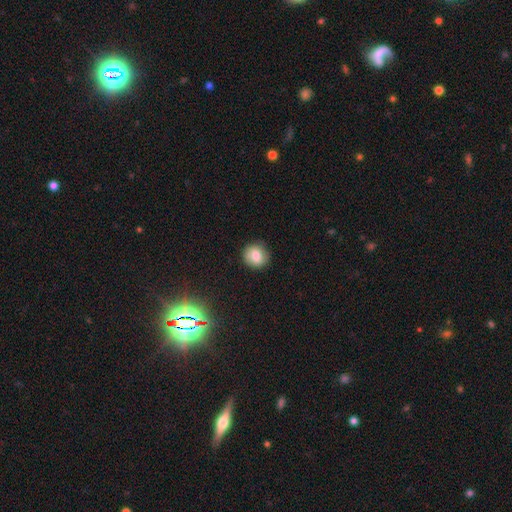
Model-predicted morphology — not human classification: smooth_or_featured: smooth (p=0.75) [alt: featured or disk p=0.15]
how_rounded: round (p=0.85) [alt: in between p=0.14]
merging: none (p=0.85) [alt: minor disturbance p=0.11]